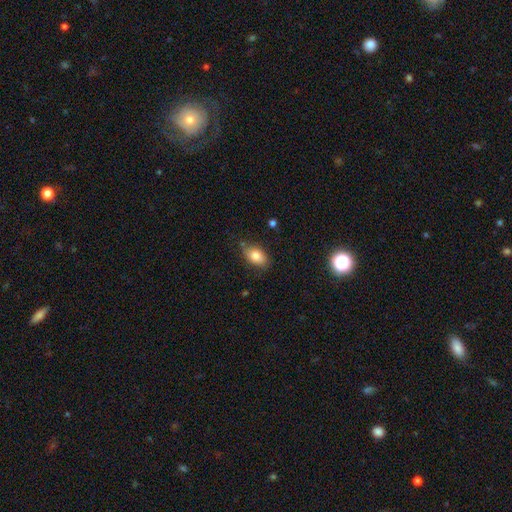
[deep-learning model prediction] Smooth or featured: smooth — 84% (featured or disk — 8%)
How rounded: in between — 88% (round — 10%)
Merging: none — 79% (minor disturbance — 15%)